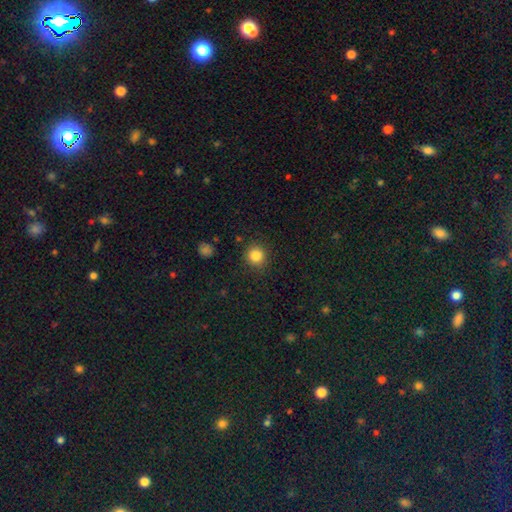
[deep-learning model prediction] Smooth or featured: smooth — 85% (star or artifact — 11%)
How rounded: round — 92% (in between — 7%)
Merging: none — 89% (minor disturbance — 7%)